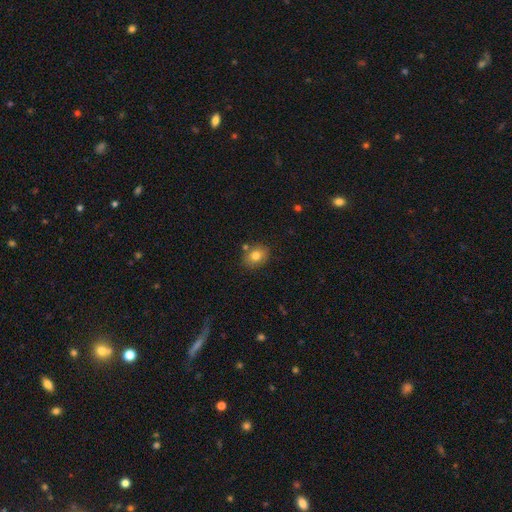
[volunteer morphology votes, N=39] This is likely a smooth galaxy (79%). How rounded: possibly in between (52%). Merging: likely none (74%).